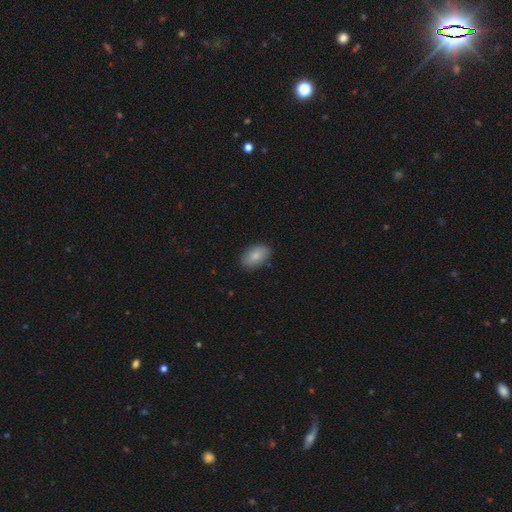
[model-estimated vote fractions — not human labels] A smooth galaxy with no disk features (82%) that is in between round and cigar-shaped (90%). Merging: none (85%).